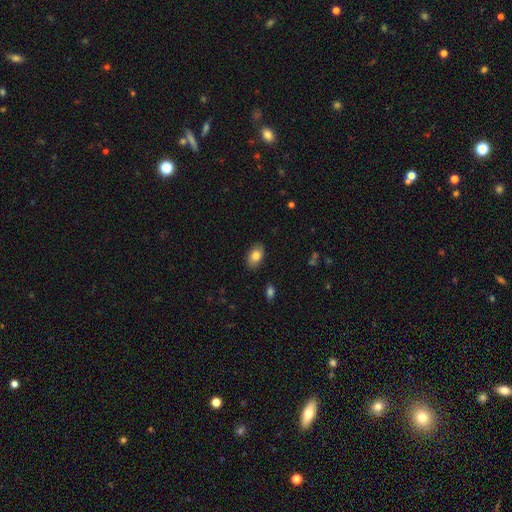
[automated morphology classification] The model was most divided on "smooth or featured": smooth: 82%, featured or disk: 11%, star or artifact: 7%. More confident: how rounded — in between (89%); merging — none (86%).